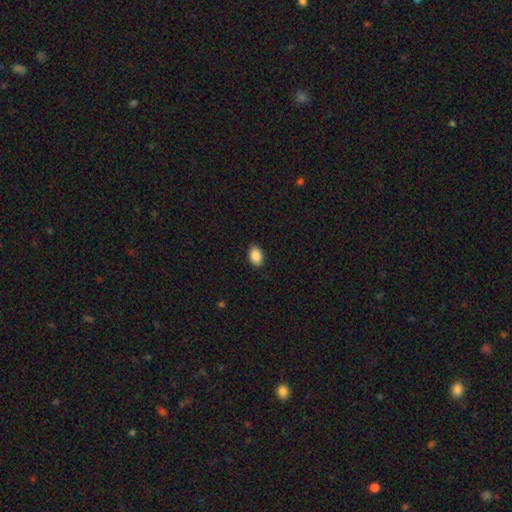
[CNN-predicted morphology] This is clearly a smooth galaxy (89%). How rounded: clearly in between (87%). Merging: clearly none (89%).